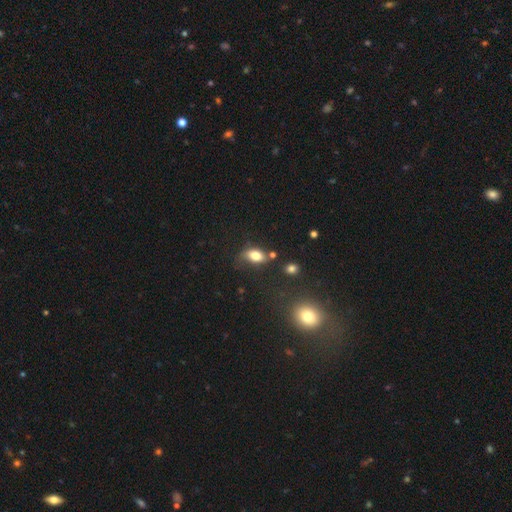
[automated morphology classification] A smooth galaxy with no disk features (79%) that is in between round and cigar-shaped (86%). Merging: none (56%).